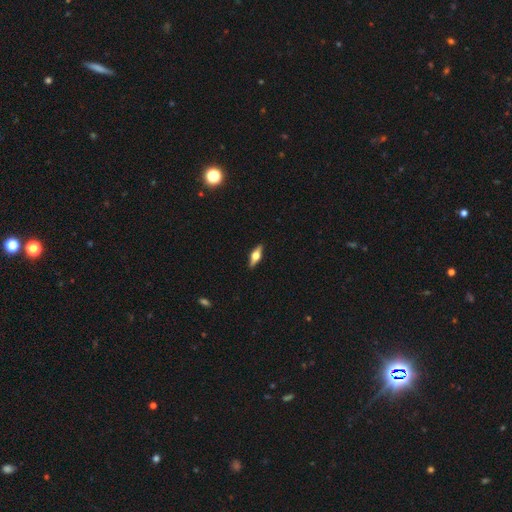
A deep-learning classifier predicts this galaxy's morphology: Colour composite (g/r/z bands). It shows a featured or disk galaxy (62%) viewed edge-on (95%) with a rounded central bulge (94%). Merging: none (90%).